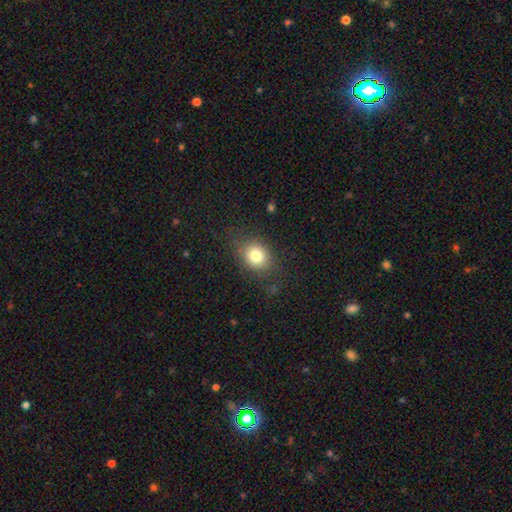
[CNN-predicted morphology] Q: Smooth or featured?
A: smooth (79%); runner-up: star or artifact (11%)
Q: How rounded?
A: round (57%); runner-up: in between (42%)
Q: Merging?
A: none (77%); runner-up: minor disturbance (15%)